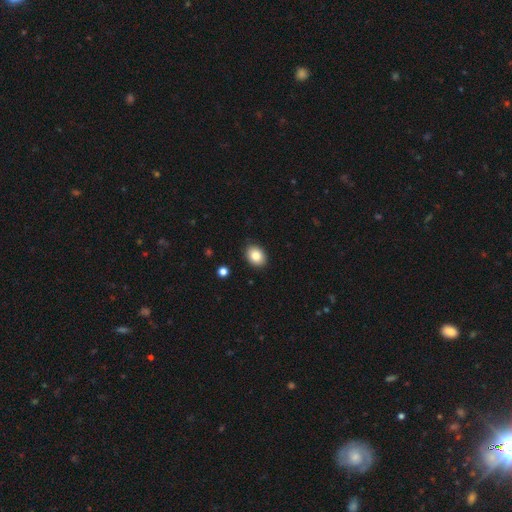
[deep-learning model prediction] Overall: smooth (84%). How rounded: in between (62%; round 37%). Merging: none (89%).